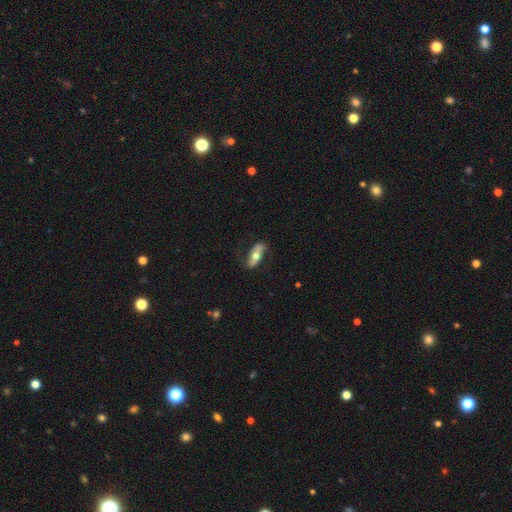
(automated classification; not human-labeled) Smooth or featured? featured or disk (56%)
Edge-on disk? no (73%)
Merging? none (70%)